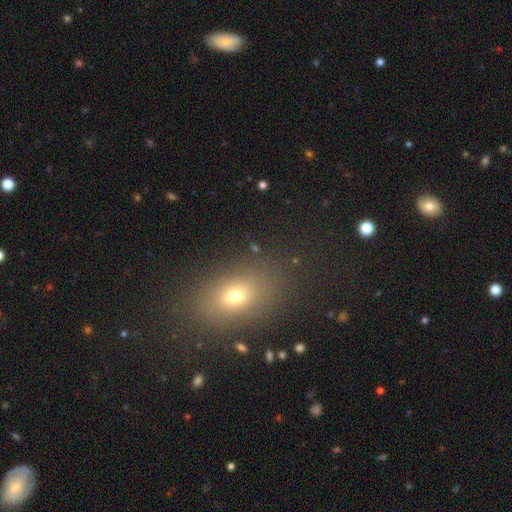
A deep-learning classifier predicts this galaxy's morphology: Overall: smooth (67%). How rounded: in between (74%). Merging: none (83%).